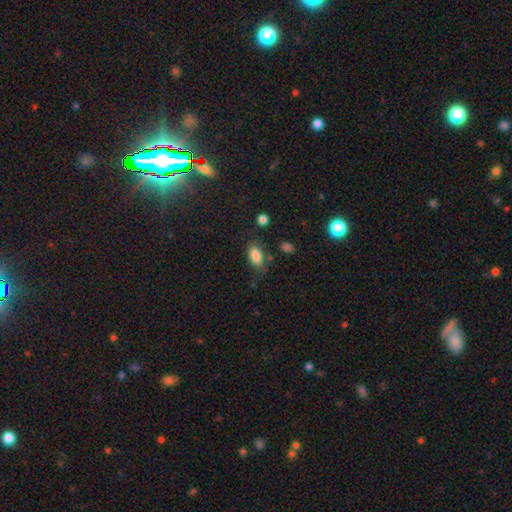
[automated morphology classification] smooth_or_featured: smooth (p=0.84) [alt: star or artifact p=0.09]
how_rounded: in between (p=0.91) [alt: round p=0.06]
merging: none (p=0.68) [alt: minor disturbance p=0.21]